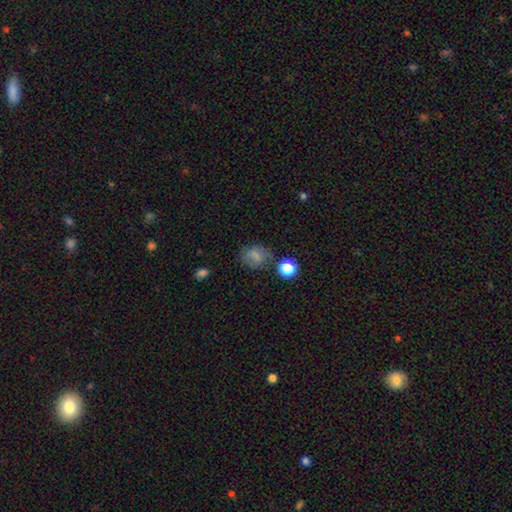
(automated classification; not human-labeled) The model was most divided on "how rounded": round: 58%, in between: 41%, cigar-shaped: 1%. More confident: smooth or featured — smooth (74%); merging — none (62%).